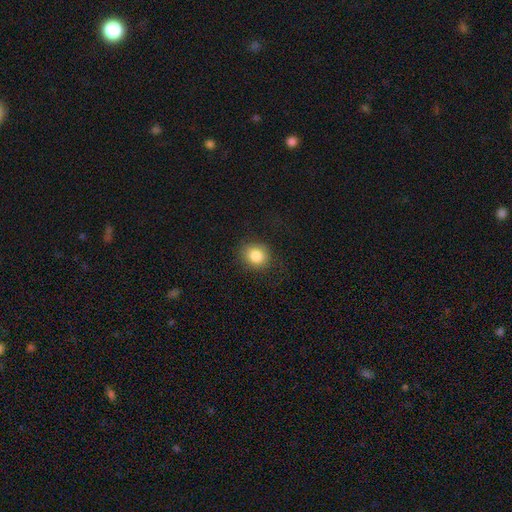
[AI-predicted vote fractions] Smooth or featured? Predicted: smooth (p=0.84). How rounded? Predicted: round (p=0.77). Merging? Predicted: none (p=0.82).